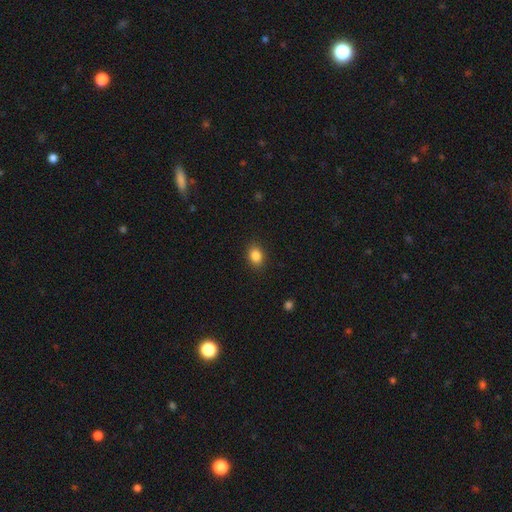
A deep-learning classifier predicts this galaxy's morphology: Smooth or featured: smooth — 85% (star or artifact — 10%)
How rounded: in between — 65% (round — 34%)
Merging: none — 88% (minor disturbance — 8%)